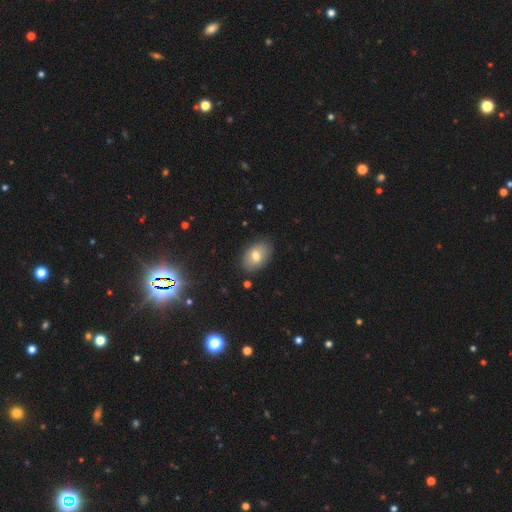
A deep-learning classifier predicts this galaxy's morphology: Smooth or featured?
  - smooth: 70% *
  - featured or disk: 20%
  - star or artifact: 9%
How rounded?
  - in between: 86% *
  - round: 12%
  - cigar-shaped: 1%
Merging?
  - none: 83% *
  - minor disturbance: 12%
  - major disturbance: 3%
  - merger: 2%